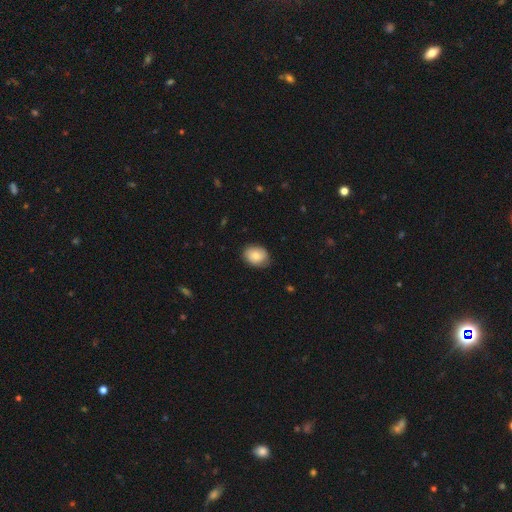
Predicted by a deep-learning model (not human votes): This is likely a smooth galaxy (79%). How rounded: possibly in between (55%). Merging: likely none (77%).